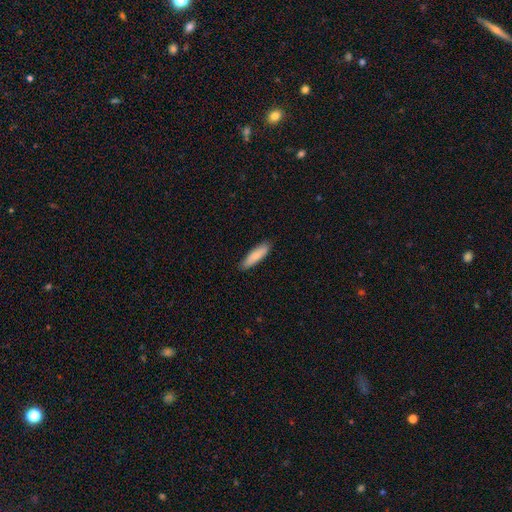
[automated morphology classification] Q: Smooth or featured?
A: smooth (80%); runner-up: featured or disk (14%)
Q: How rounded?
A: cigar-shaped (64%); runner-up: in between (34%)
Q: Merging?
A: none (88%); runner-up: minor disturbance (9%)